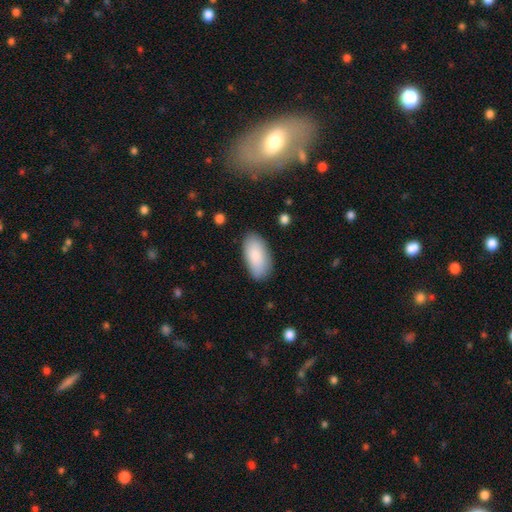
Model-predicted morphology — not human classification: smooth 88%, featured or disk 6%, star or artifact 6%. Down the decision tree: how rounded — in between (94%); merging — none (85%).